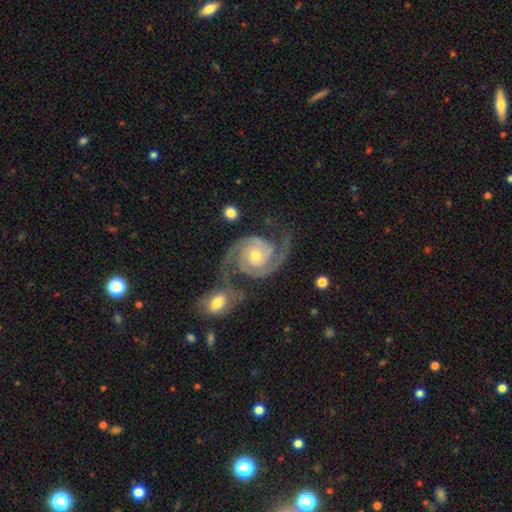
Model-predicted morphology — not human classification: featured or disk 93%, star or artifact 4%, smooth 3%. Down the decision tree: edge-on disk — no (98%); bar — no (72%); spiral arms — yes (99%); spiral arm count — 2 (93%); spiral winding — medium (46%); bulge size — moderate (57%); merging — none (55%).